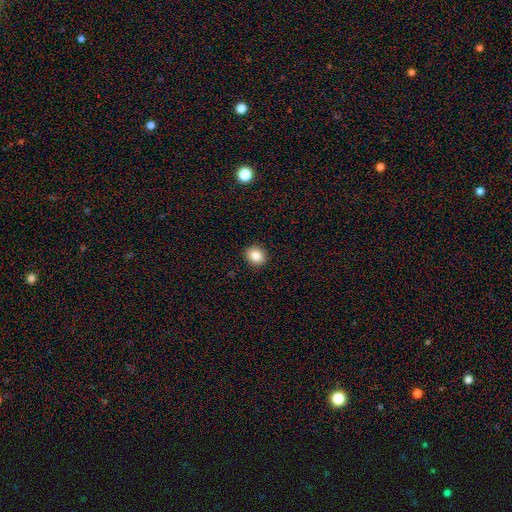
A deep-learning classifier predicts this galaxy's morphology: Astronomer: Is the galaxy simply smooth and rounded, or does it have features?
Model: smooth — 86%.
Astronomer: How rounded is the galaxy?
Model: round — 68%.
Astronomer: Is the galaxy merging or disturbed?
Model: none — 92%.